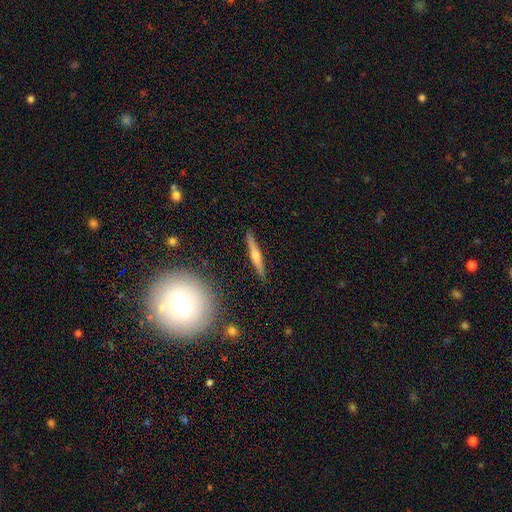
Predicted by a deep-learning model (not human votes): Overall: featured or disk (63%; smooth 30%). Edge-on disk: yes (97%). Edge-on bulge: rounded (88%). Merging: none (90%).